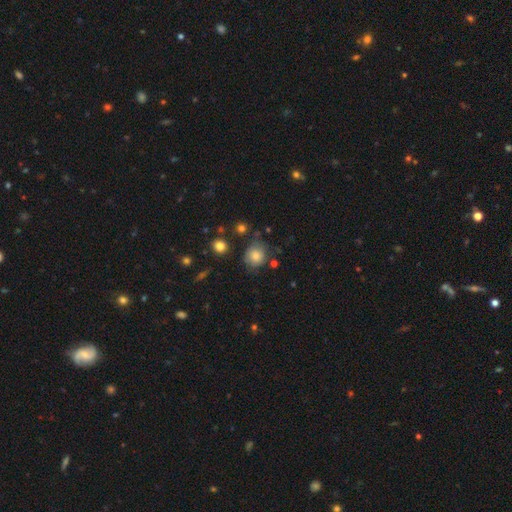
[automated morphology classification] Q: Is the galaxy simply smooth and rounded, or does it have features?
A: smooth — 79%.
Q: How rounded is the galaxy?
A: round — 84%.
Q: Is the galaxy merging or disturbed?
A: none — 68%.